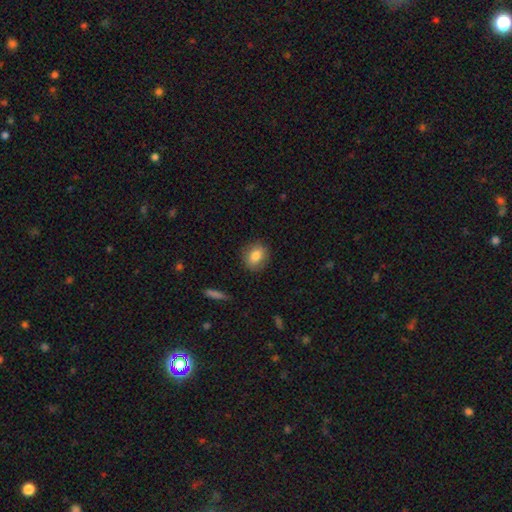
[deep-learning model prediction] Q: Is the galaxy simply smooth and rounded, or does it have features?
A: smooth — 81%.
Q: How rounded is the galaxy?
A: round — 65%.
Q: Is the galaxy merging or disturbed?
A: none — 88%.